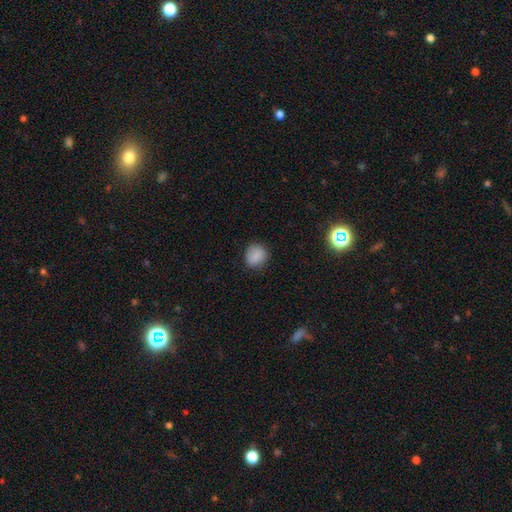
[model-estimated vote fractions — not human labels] smooth 83%, star or artifact 10%, featured or disk 8%. Down the decision tree: how rounded — round (79%); merging — none (84%).